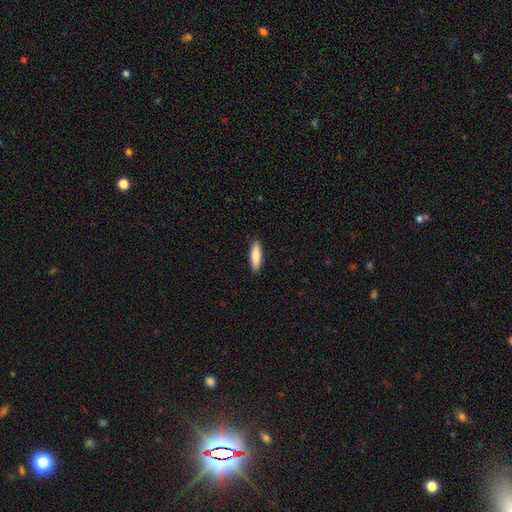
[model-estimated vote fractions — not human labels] smooth_or_featured: smooth (p=0.82) [alt: featured or disk p=0.13]
how_rounded: cigar-shaped (p=0.62) [alt: in between p=0.36]
merging: none (p=0.90) [alt: minor disturbance p=0.07]